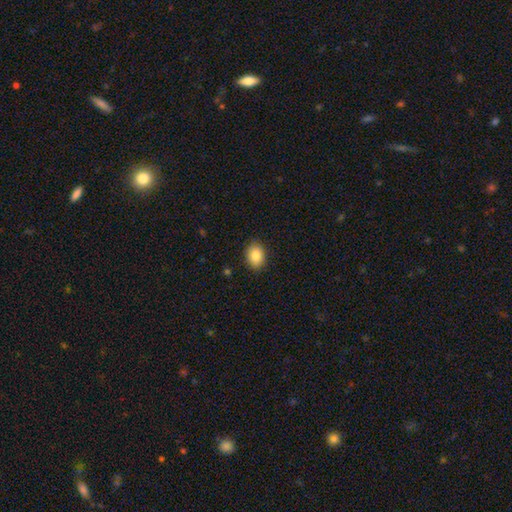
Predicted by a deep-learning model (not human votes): This is clearly a smooth galaxy (86%). How rounded: likely in between (63%). Merging: clearly none (88%).